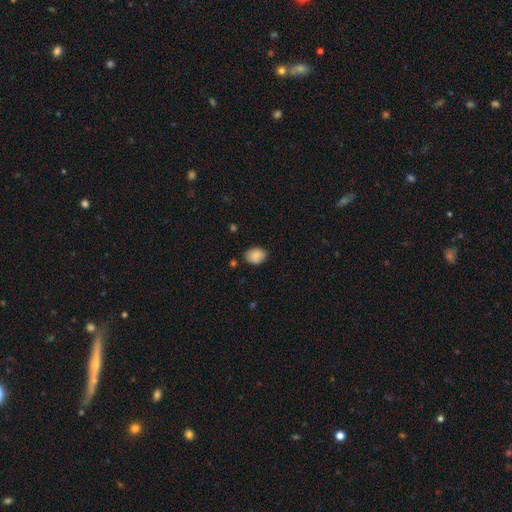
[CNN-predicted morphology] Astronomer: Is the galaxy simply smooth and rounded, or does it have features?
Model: smooth — 85%.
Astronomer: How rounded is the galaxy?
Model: in between — 67%.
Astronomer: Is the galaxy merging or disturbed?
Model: none — 76%.